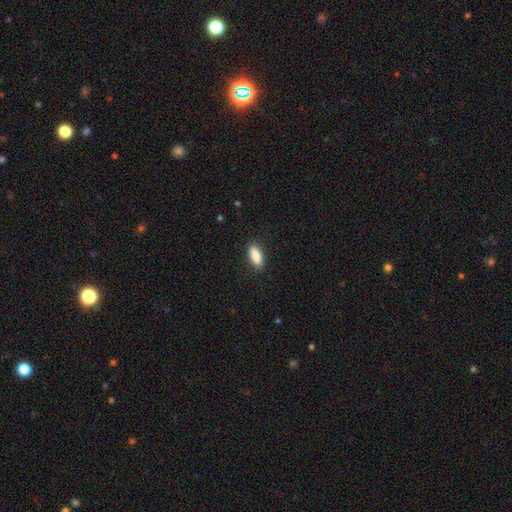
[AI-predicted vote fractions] Overall: smooth (87%). How rounded: in between (76%). Merging: none (88%).